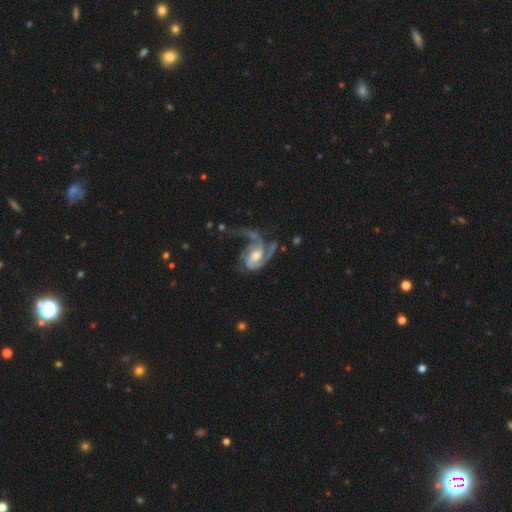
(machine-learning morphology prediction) This appears to be a featured or disk galaxy (88%) with no bar (44%), 2 (60%) medium (47%) spiral arms (96%) and a moderate central bulge (56%). Merging: major disturbance (44%).